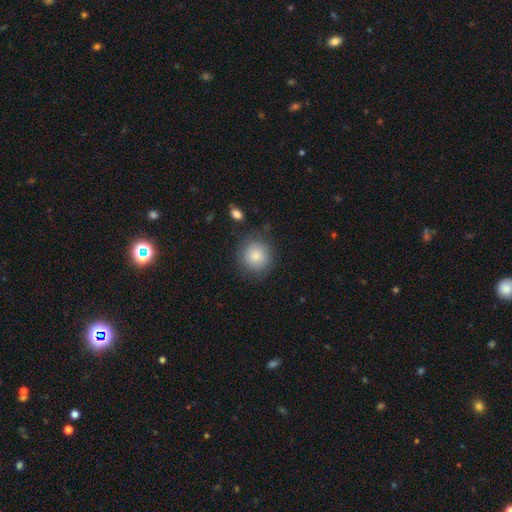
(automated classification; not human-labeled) Smooth or featured: smooth — 83% (featured or disk — 9%)
How rounded: round — 92% (in between — 7%)
Merging: none — 82% (minor disturbance — 12%)